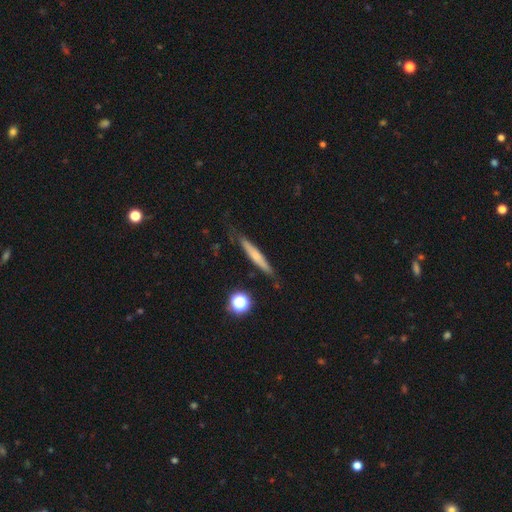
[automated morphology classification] Smooth or featured? Predicted: smooth (p=0.55). How rounded? Predicted: cigar-shaped (p=0.92). Merging? Predicted: none (p=0.78).